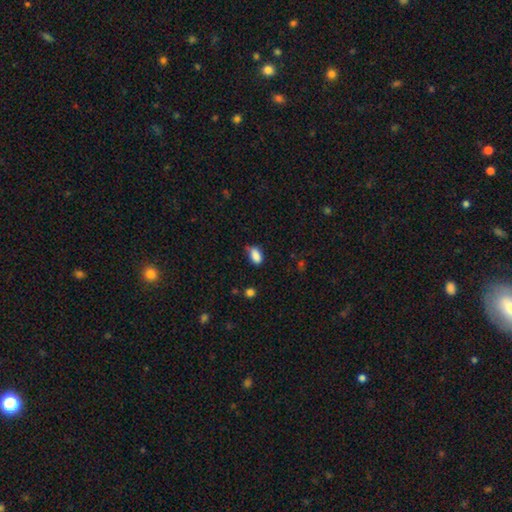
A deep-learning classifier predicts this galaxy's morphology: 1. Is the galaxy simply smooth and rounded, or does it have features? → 86% smooth, 9% star or artifact, 6% featured or disk.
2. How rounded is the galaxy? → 90% in between, 8% round, 3% cigar-shaped.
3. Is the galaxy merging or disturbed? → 50% none, 37% minor disturbance, 9% major disturbance, 4% merger.